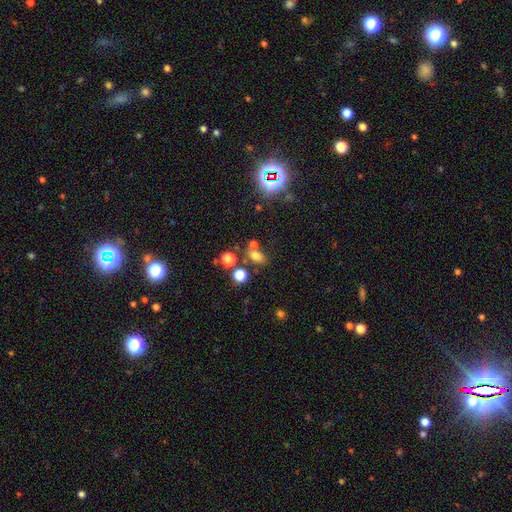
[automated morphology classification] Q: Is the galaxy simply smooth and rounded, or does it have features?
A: smooth — 69%.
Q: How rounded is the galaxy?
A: in between — 70%.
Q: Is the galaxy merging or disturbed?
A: none — 62%.